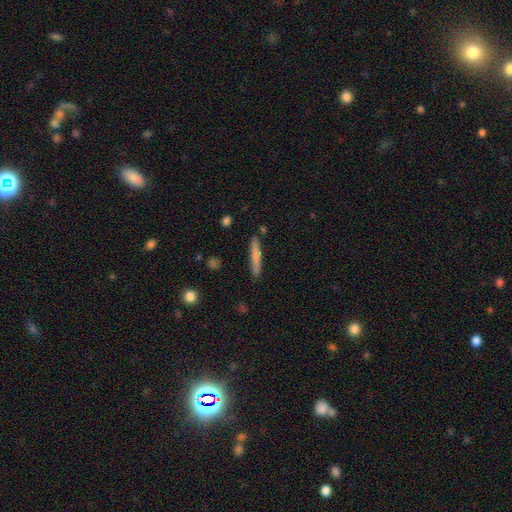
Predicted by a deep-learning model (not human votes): This is likely a smooth galaxy (72%). How rounded: clearly cigar-shaped (94%). Merging: clearly none (87%).